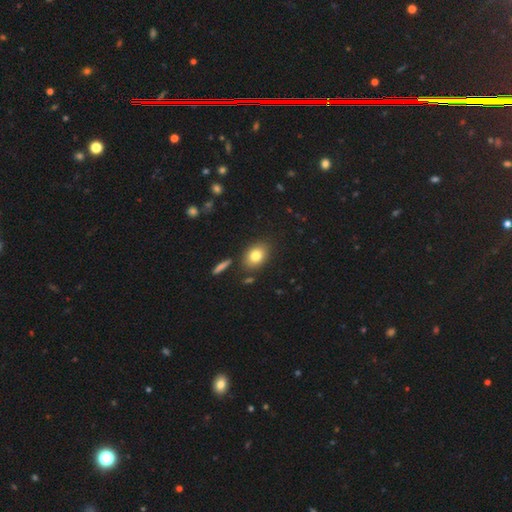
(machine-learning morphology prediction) smooth 81%, featured or disk 10%, star or artifact 9%. Down the decision tree: how rounded — in between (72%); merging — none (81%).